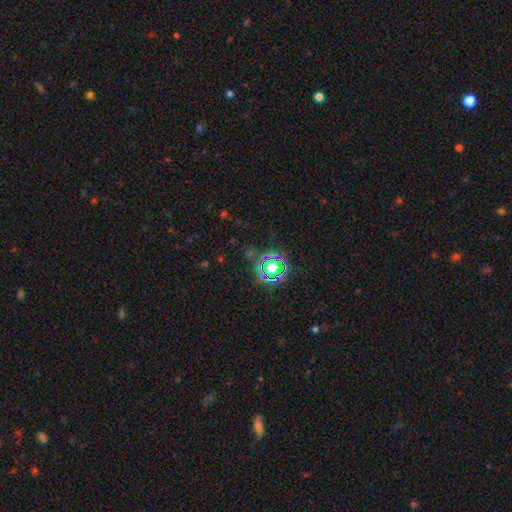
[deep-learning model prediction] Smooth or featured? Predicted: star or artifact (p=0.76).